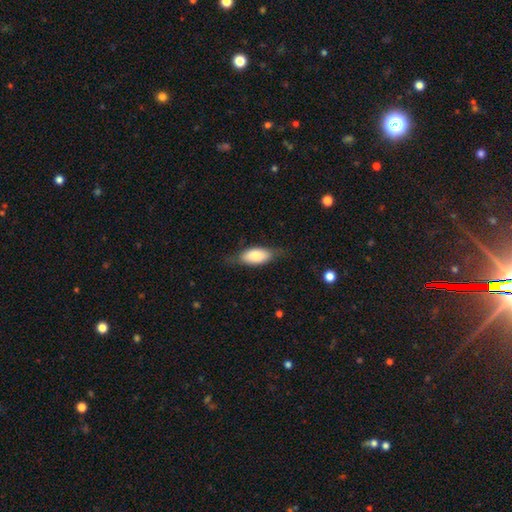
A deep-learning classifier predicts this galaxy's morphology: The model was most divided on "merging": none: 68%, minor disturbance: 23%, major disturbance: 7%, merger: 1%. More confident: how rounded — in between (85%); smooth or featured — smooth (74%).